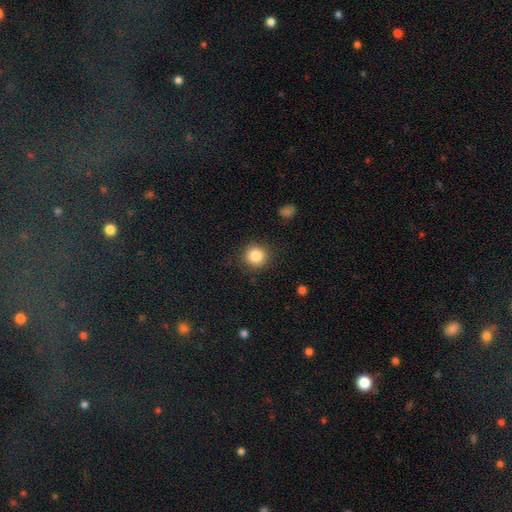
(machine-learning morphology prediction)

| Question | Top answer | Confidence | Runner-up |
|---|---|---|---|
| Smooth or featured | smooth | 86% | star or artifact (10%) |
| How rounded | round | 92% | in between (7%) |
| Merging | none | 89% | minor disturbance (7%) |